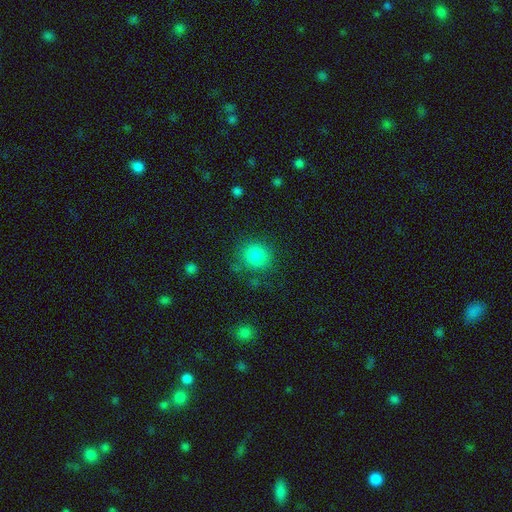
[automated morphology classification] The model was most divided on "merging": none: 80%, minor disturbance: 12%, major disturbance: 5%, merger: 4%. More confident: how rounded — round (87%); smooth or featured — smooth (83%).